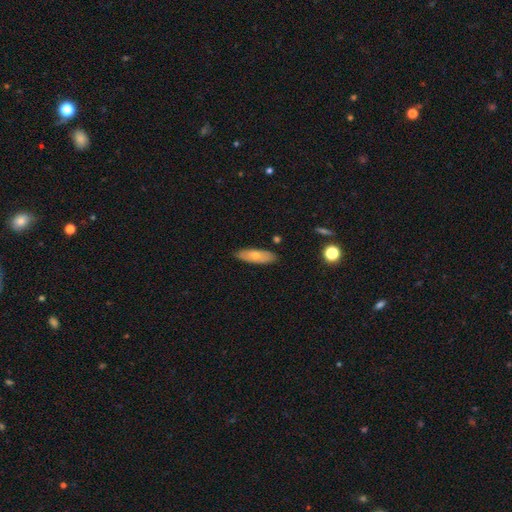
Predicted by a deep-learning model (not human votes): Morphology: type=smooth (65%); roundness=in between (57%); merging=none (86%).